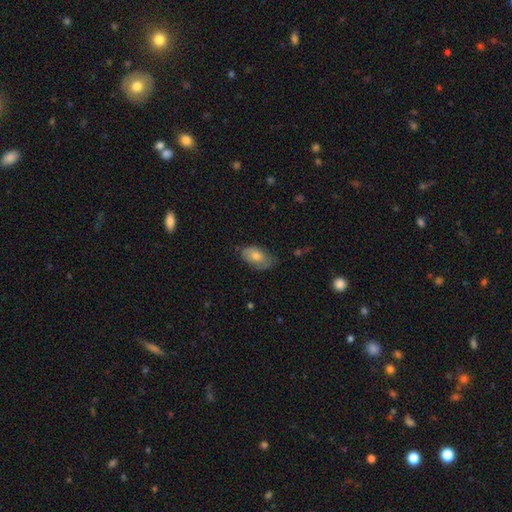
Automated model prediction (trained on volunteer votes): Smooth or featured?
  - smooth: 63% *
  - featured or disk: 29%
  - star or artifact: 8%
How rounded?
  - in between: 91% *
  - round: 6%
  - cigar-shaped: 2%
Merging?
  - none: 64% *
  - minor disturbance: 28%
  - major disturbance: 7%
  - merger: 1%